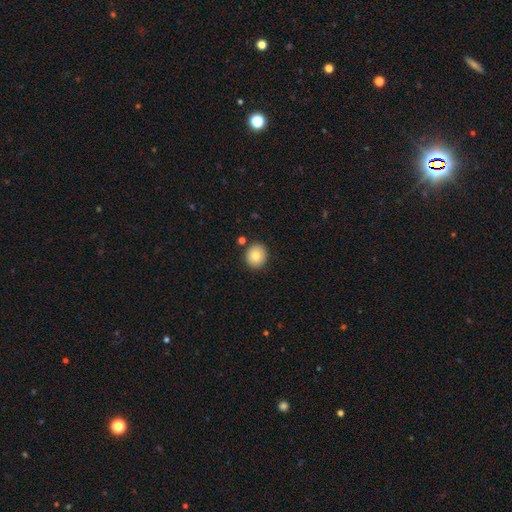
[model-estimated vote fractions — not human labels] A smooth galaxy with no disk features (82%) that is round (78%).

Vote fractions:
- Smooth or featured? smooth: 82% / featured or disk: 10% / star or artifact: 9%
- How rounded? round: 78% / in between: 21% / cigar-shaped: 1%
- Merging? none: 87% / minor disturbance: 8% / merger: 3% / major disturbance: 2%